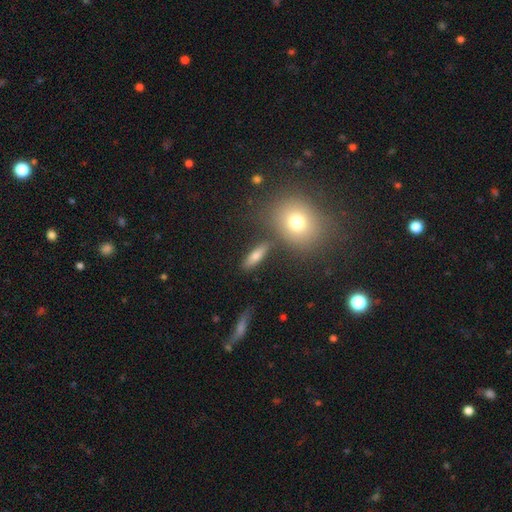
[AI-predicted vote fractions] Smooth or featured? smooth (64%)
How rounded? cigar-shaped (48%)
Merging? none (80%)